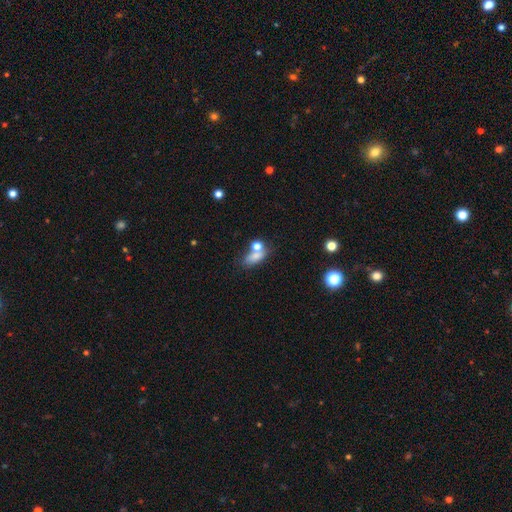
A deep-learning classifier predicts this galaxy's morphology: Overall: smooth (71%). How rounded: in between (69%). Merging: none (40%; merger 33%).